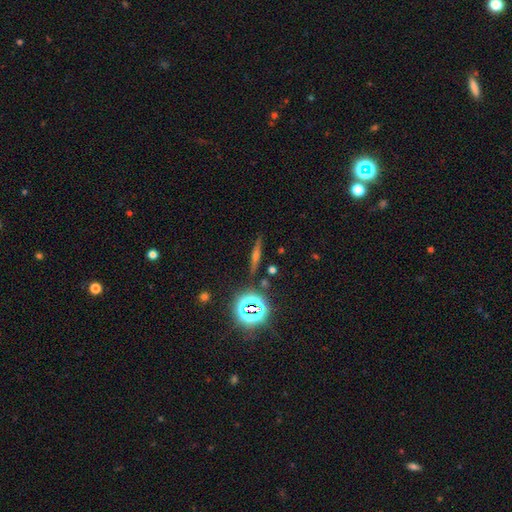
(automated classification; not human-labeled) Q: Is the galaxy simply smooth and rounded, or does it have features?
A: star or artifact — 51%.